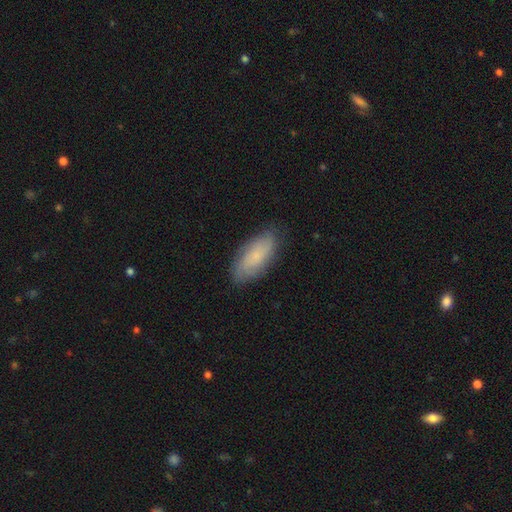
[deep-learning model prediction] Smooth or featured? smooth (66%)
How rounded? in between (83%)
Merging? none (81%)